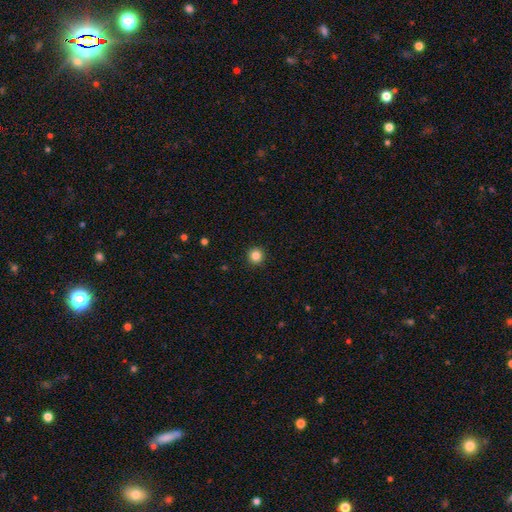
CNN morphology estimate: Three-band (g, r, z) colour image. It shows a smooth galaxy with no disk features (85%) that is round (95%). Merging: none (93%).